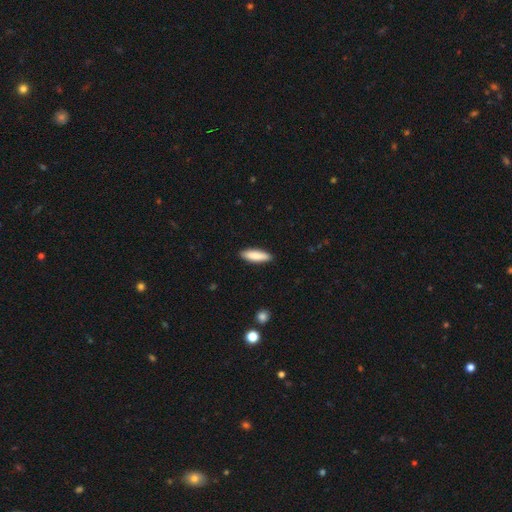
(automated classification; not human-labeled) Overall: smooth (86%). How rounded: cigar-shaped (61%; in between 38%). Merging: none (89%).